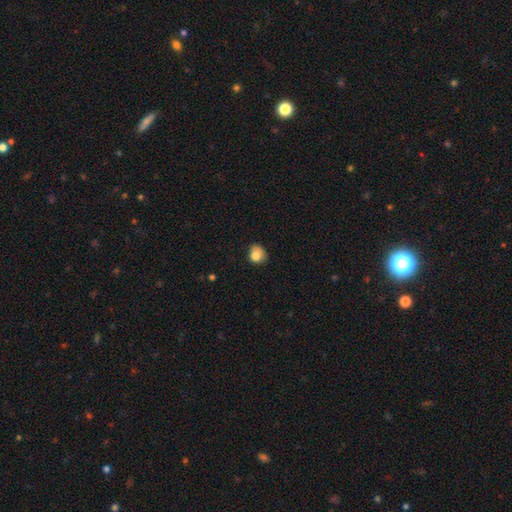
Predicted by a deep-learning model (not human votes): smooth 80%, featured or disk 10%, star or artifact 10%. Down the decision tree: how rounded — round (68%); merging — none (53%).